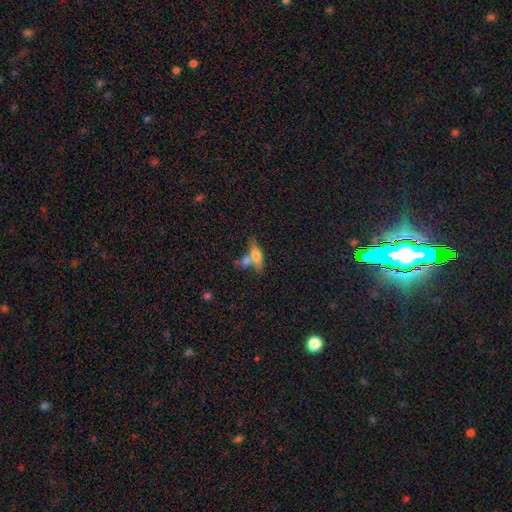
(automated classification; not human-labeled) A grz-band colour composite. It shows a smooth galaxy with no disk features (57%) that is cigar-shaped (53%). Merging: none (46%).